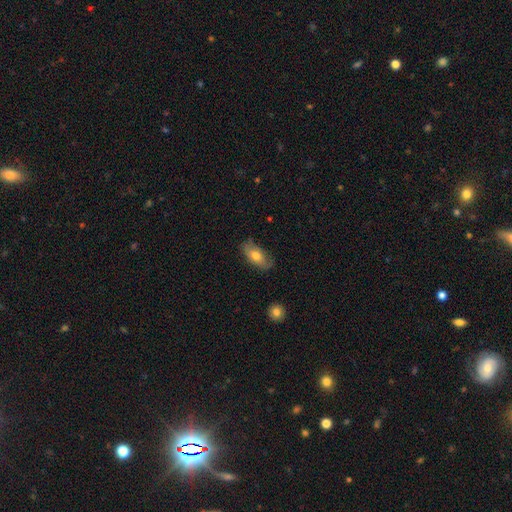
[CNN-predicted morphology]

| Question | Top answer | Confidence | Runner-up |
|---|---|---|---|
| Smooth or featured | smooth | 69% | featured or disk (24%) |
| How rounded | in between | 87% | cigar-shaped (9%) |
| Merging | none | 75% | minor disturbance (20%) |